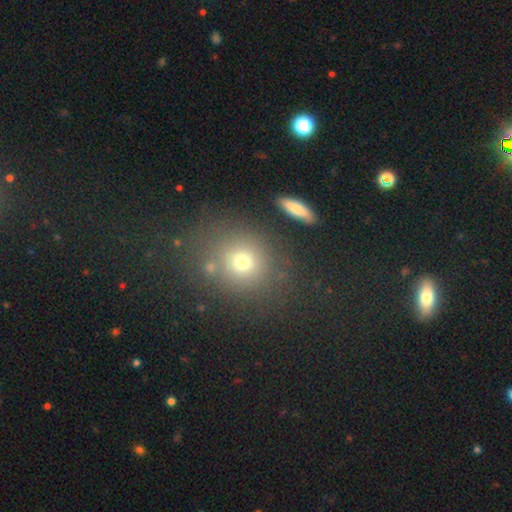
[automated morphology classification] smooth 63%, star or artifact 26%, featured or disk 11%. Down the decision tree: how rounded — round (77%); merging — none (76%).